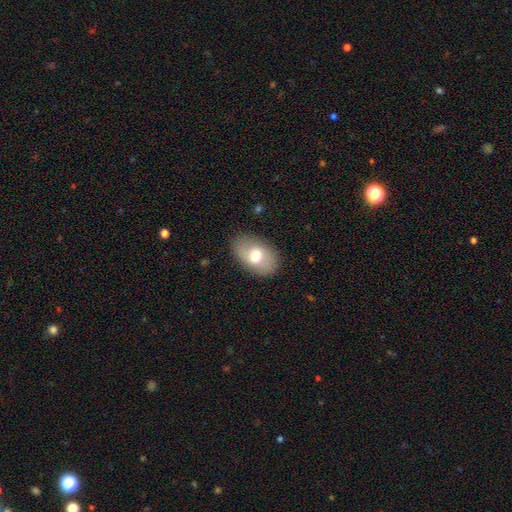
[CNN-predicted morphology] The model was most divided on "smooth or featured": smooth: 66%, featured or disk: 27%, star or artifact: 7%. More confident: how rounded — in between (89%); merging — none (83%).